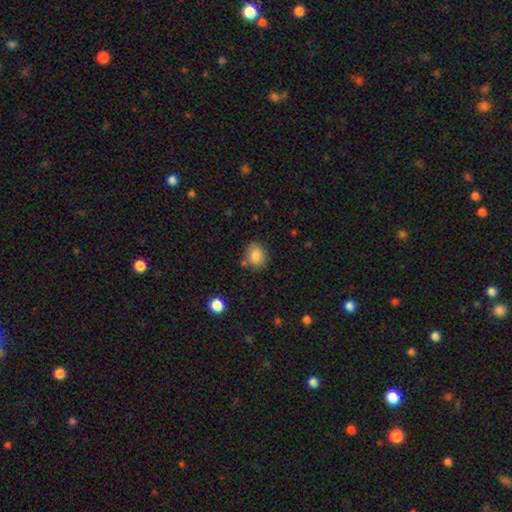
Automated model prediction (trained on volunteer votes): Overall: smooth (84%). How rounded: round (62%; in between 37%). Merging: none (77%).